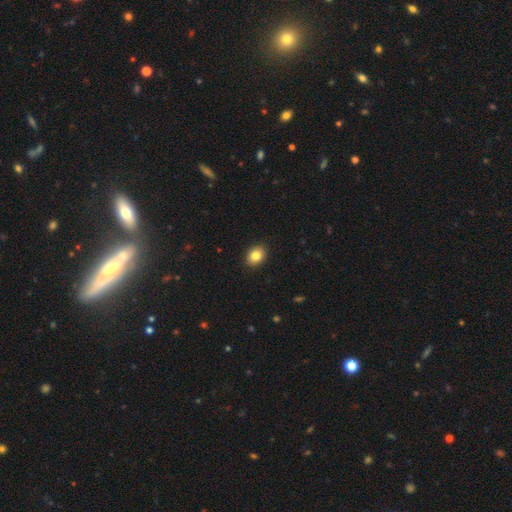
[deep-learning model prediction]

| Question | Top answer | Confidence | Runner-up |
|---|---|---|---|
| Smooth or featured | smooth | 84% | star or artifact (9%) |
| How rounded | in between | 61% | round (38%) |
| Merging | none | 90% | minor disturbance (7%) |